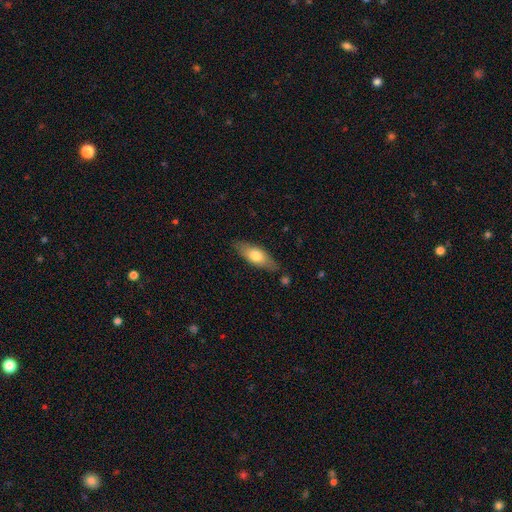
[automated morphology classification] Smooth or featured? Predicted: smooth (p=0.67). How rounded? Predicted: in between (p=0.72). Merging? Predicted: none (p=0.80).